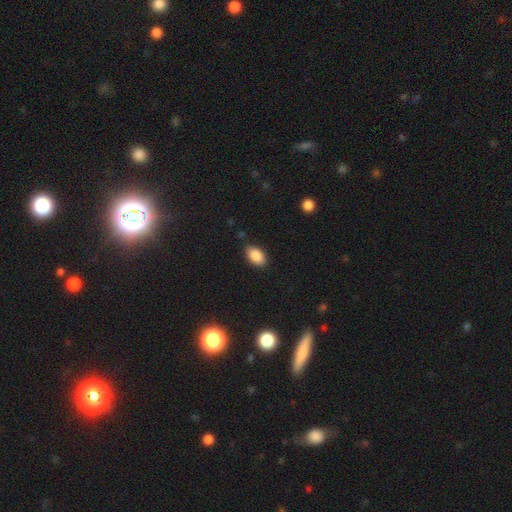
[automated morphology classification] Q: Smooth or featured?
A: smooth (87%); runner-up: star or artifact (8%)
Q: How rounded?
A: in between (92%); runner-up: round (6%)
Q: Merging?
A: none (85%); runner-up: minor disturbance (11%)